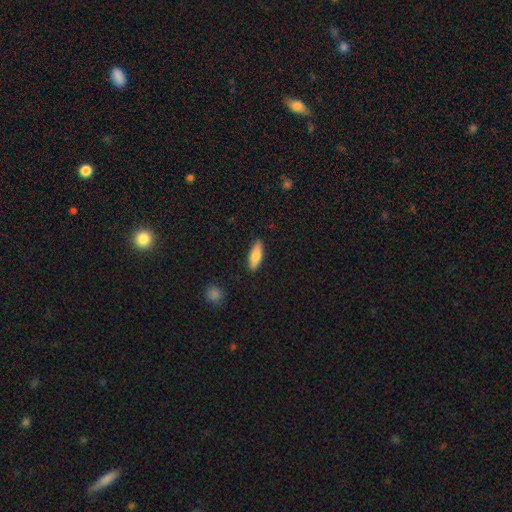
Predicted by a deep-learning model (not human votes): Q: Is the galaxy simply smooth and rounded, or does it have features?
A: smooth — 80%.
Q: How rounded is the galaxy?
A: in between — 60%.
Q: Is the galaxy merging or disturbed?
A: none — 87%.